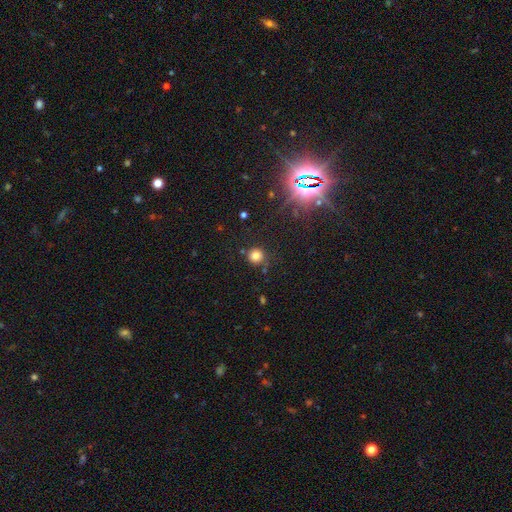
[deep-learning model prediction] Overall: smooth (78%). How rounded: round (92%). Merging: none (83%).